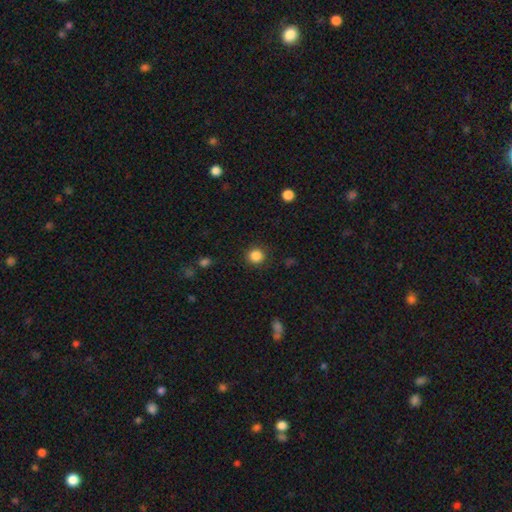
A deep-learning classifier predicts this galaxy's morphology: Smooth or featured? Predicted: smooth (p=0.86). How rounded? Predicted: round (p=0.93). Merging? Predicted: none (p=0.90).